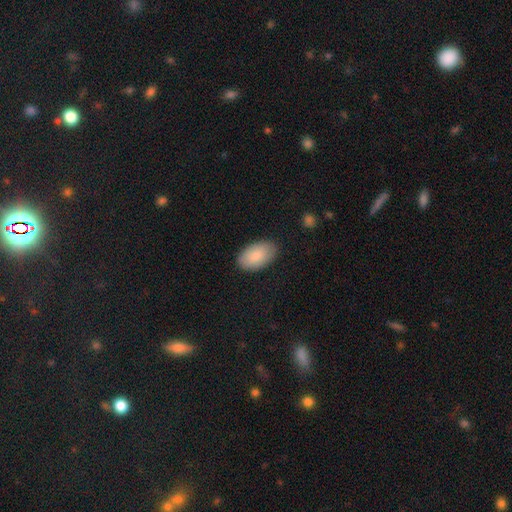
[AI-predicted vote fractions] Smooth or featured? Predicted: smooth (p=0.86). How rounded? Predicted: in between (p=0.95). Merging? Predicted: none (p=0.86).